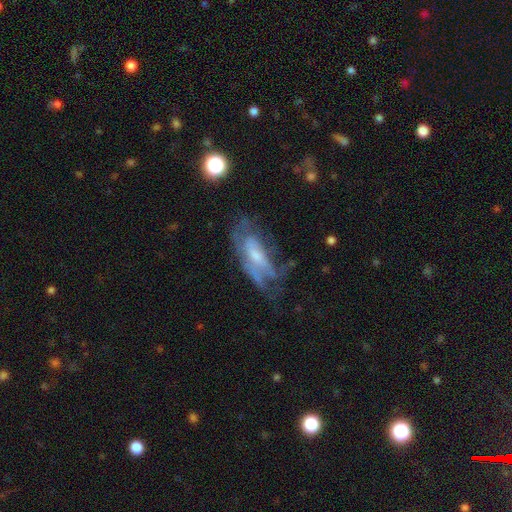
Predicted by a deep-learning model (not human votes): Smooth or featured? Predicted: featured or disk (p=0.64). Edge-on disk? Predicted: no (p=0.84). Bar? Predicted: no (p=0.54). Spiral arms? Predicted: yes (p=0.60). Bulge size? Predicted: small (p=0.43). Merging? Predicted: none (p=0.44).